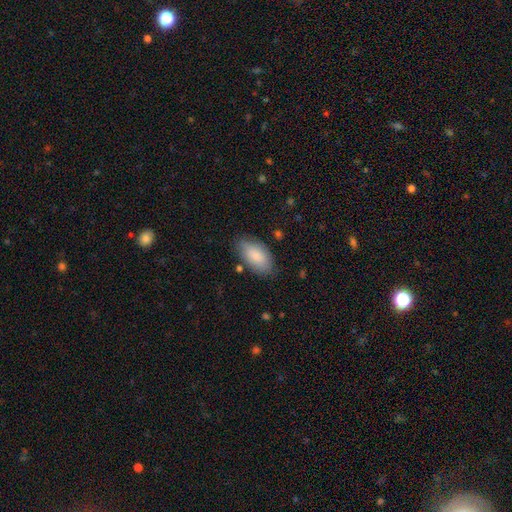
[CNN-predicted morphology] A smooth galaxy with no disk features (84%) that is in between round and cigar-shaped (94%).

Vote fractions:
- Smooth or featured? smooth: 84% / featured or disk: 10% / star or artifact: 6%
- How rounded? in between: 94% / cigar-shaped: 3% / round: 3%
- Merging? none: 76% / minor disturbance: 18% / major disturbance: 4% / merger: 2%